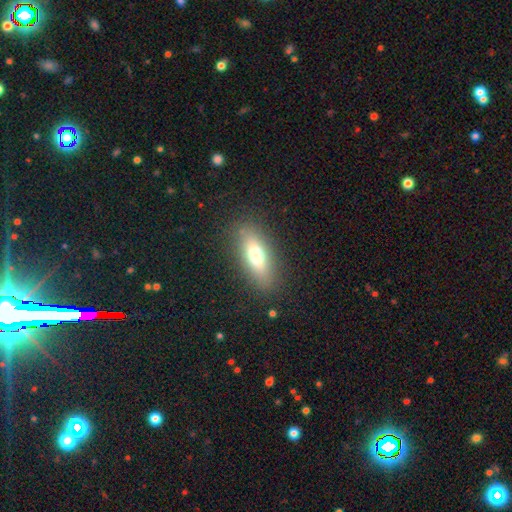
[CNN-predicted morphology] A smooth galaxy with no disk features (64%) that is in between round and cigar-shaped (66%). Merging: none (85%).